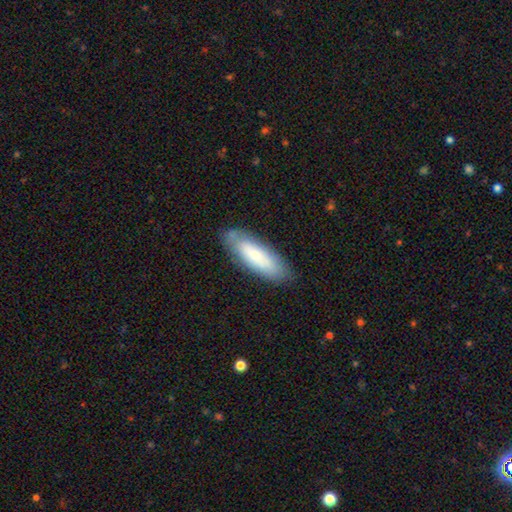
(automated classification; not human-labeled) Smooth or featured: smooth — 69% (featured or disk — 25%)
How rounded: in between — 55% (cigar-shaped — 44%)
Merging: none — 78% (minor disturbance — 16%)